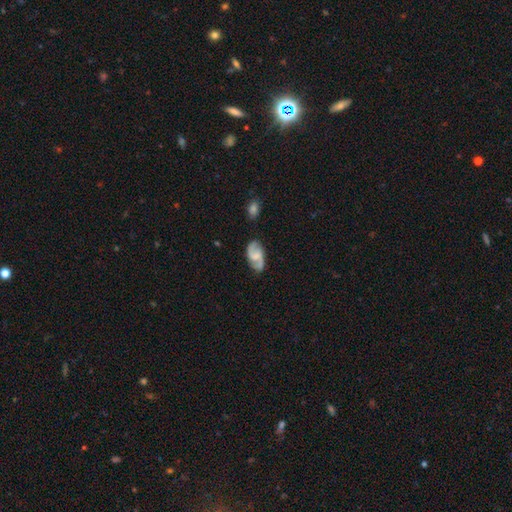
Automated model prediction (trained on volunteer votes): This appears to be a featured or disk galaxy (77%) with a weak bar (49%), 2 (91%) medium (48%) spiral arms (95%) and a small central bulge (37%). Merging: none (74%).